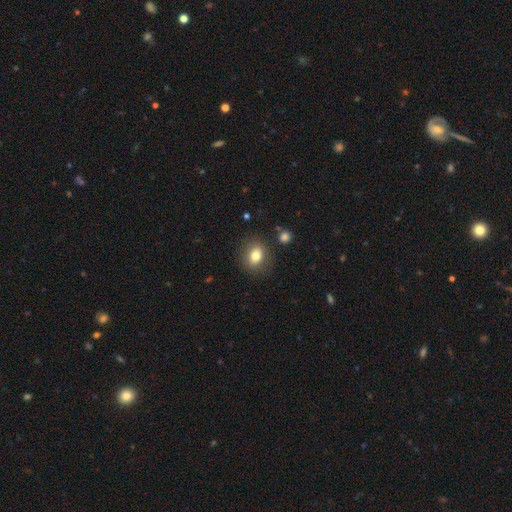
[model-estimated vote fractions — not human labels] smooth 77%, featured or disk 13%, star or artifact 10%. Down the decision tree: how rounded — round (52%); merging — none (83%).